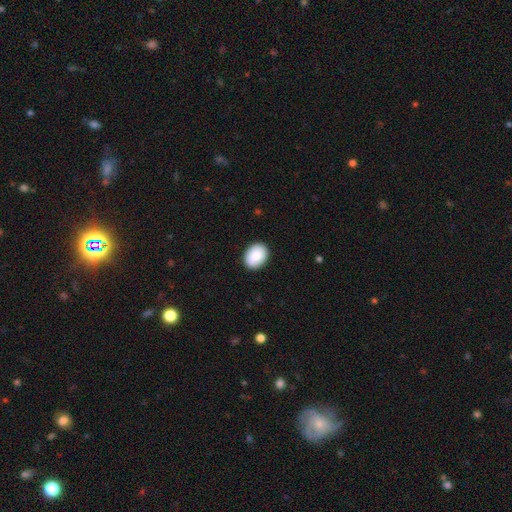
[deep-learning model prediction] This appears to be a smooth galaxy with no disk features (87%) that is in between round and cigar-shaped (68%). Merging: none (87%).